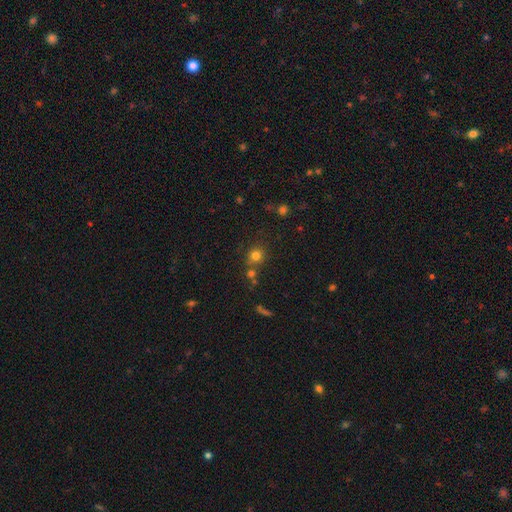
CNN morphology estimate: Smooth or featured?
  - smooth: 75% *
  - star or artifact: 17%
  - featured or disk: 7%
How rounded?
  - round: 87% *
  - in between: 12%
  - cigar-shaped: 1%
Merging?
  - none: 69% *
  - merger: 17%
  - minor disturbance: 10%
  - major disturbance: 4%